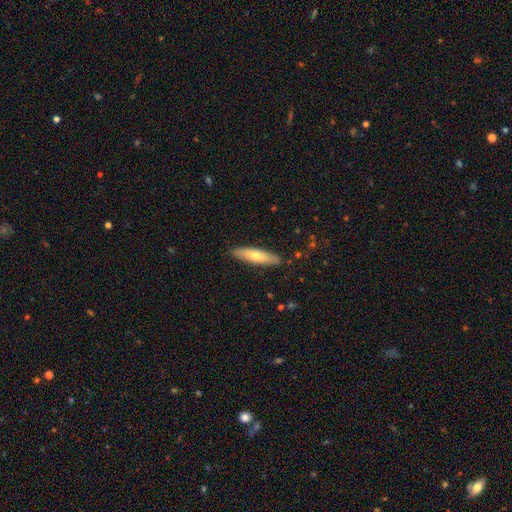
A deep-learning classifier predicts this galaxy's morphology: Smooth or featured: smooth — 63% (featured or disk — 31%)
How rounded: cigar-shaped — 71% (in between — 27%)
Merging: none — 89% (minor disturbance — 9%)